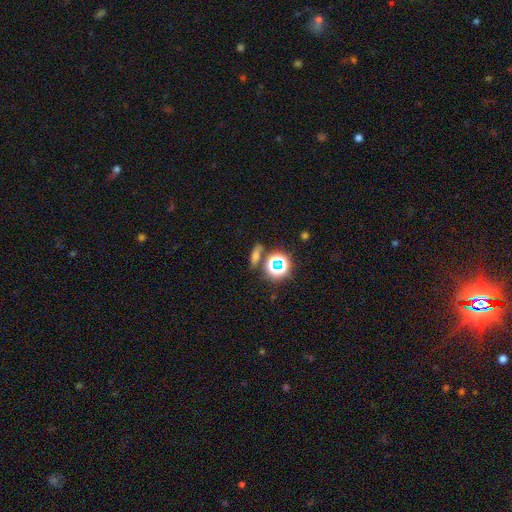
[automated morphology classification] type=smooth (54%); roundness=in between (41%); merging=none (76%).